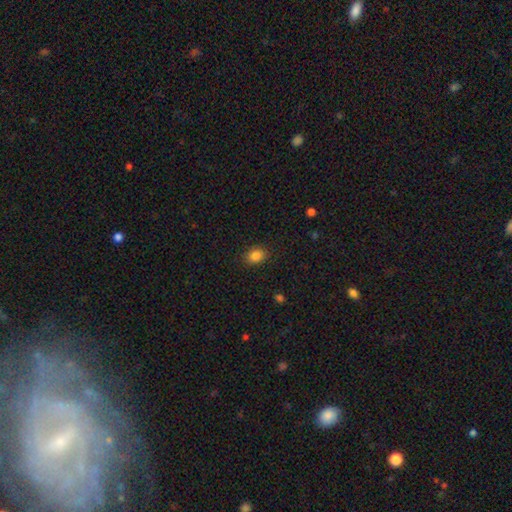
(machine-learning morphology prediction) Smooth or featured: smooth — 85% (star or artifact — 10%)
How rounded: in between — 65% (round — 34%)
Merging: none — 87% (minor disturbance — 9%)